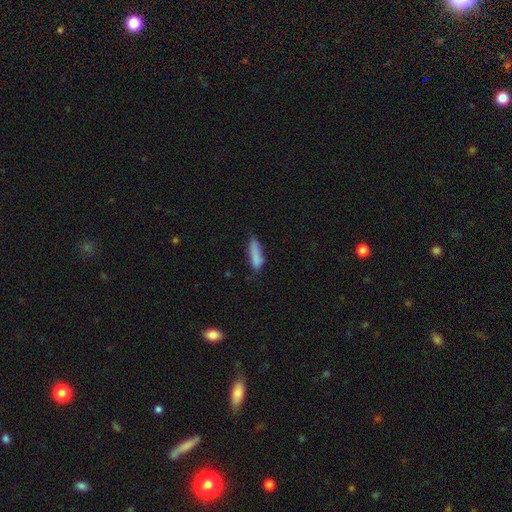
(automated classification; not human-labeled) Smooth or featured? smooth (82%)
How rounded? cigar-shaped (52%)
Merging? none (53%)